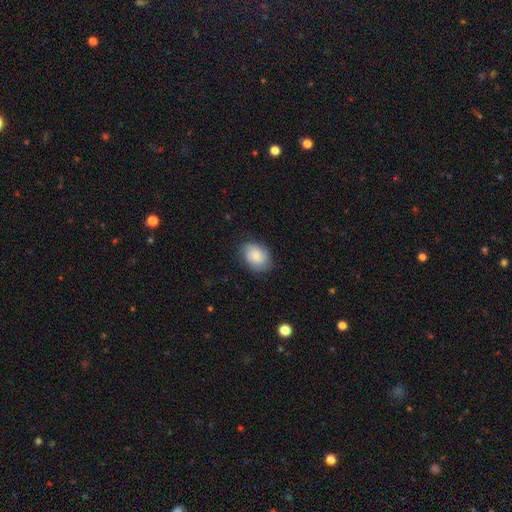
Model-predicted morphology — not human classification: Q: Smooth or featured?
A: smooth (72%); runner-up: featured or disk (20%)
Q: How rounded?
A: in between (67%); runner-up: round (32%)
Q: Merging?
A: none (79%); runner-up: minor disturbance (16%)